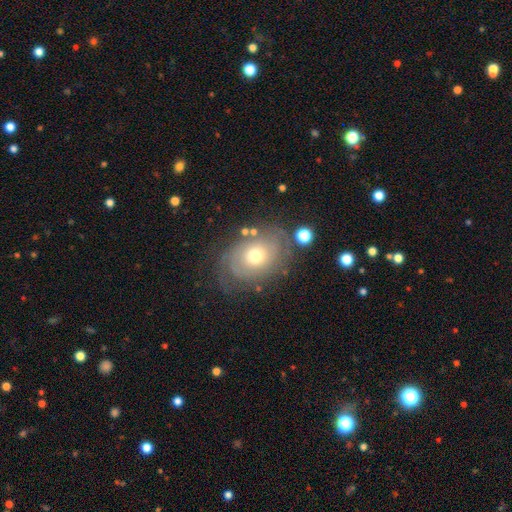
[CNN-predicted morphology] A featured or disk galaxy (60%) with no bar (86%), spiral arms (70%) and a moderate central bulge (66%). Merging: none (64%).